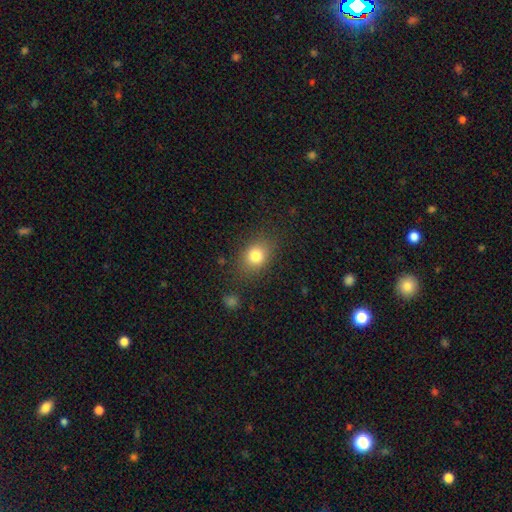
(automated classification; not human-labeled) Smooth or featured? Predicted: smooth (p=0.80). How rounded? Predicted: in between (p=0.56). Merging? Predicted: none (p=0.81).